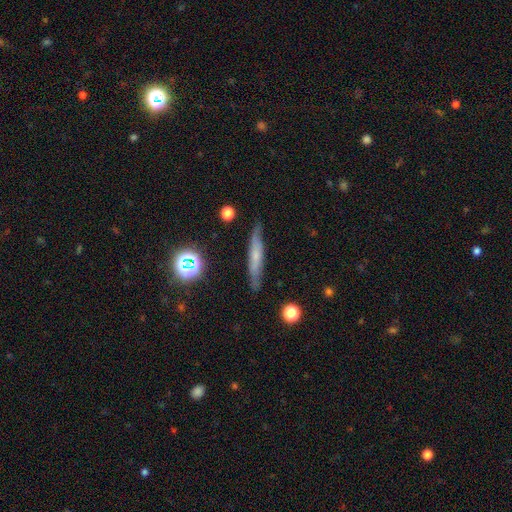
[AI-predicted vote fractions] Morphology: type=smooth (49%); merging=none (82%).